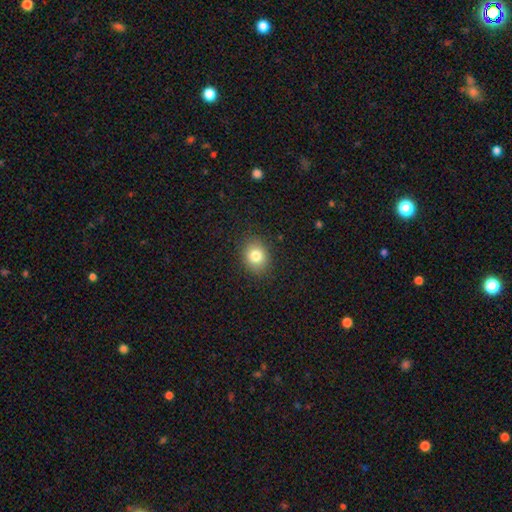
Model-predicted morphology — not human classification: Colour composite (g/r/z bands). It shows a smooth galaxy with no disk features (81%) that is round (56%). Merging: none (88%).